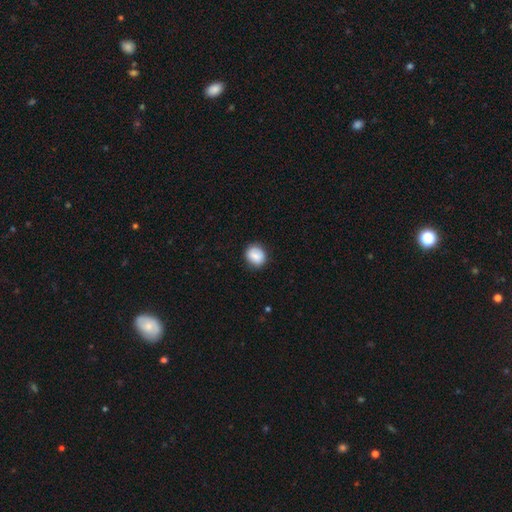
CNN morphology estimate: This appears to be a smooth galaxy with no disk features (83%) that is round (69%). Merging: none (83%).